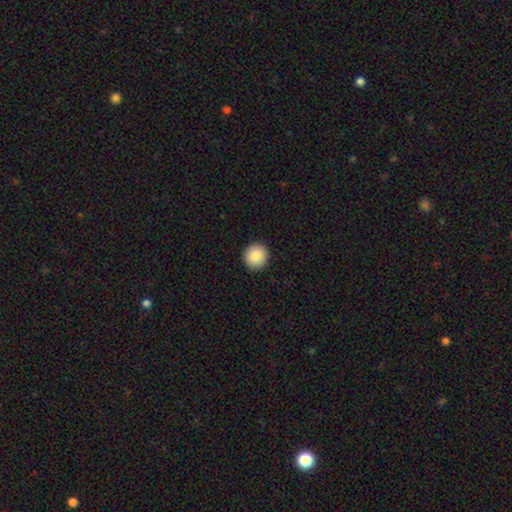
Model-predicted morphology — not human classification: This appears to be a smooth galaxy with no disk features (88%) that is round (89%). Merging: none (92%).